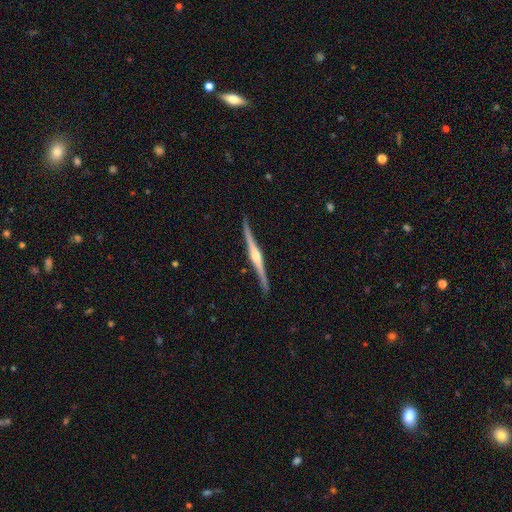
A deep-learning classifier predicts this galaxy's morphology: Q: Smooth or featured?
A: featured or disk (83%); runner-up: smooth (13%)
Q: Edge-on disk?
A: yes (98%); runner-up: no (2%)
Q: Edge-on bulge?
A: rounded (83%); runner-up: boxy (9%)
Q: Merging?
A: none (89%); runner-up: minor disturbance (8%)